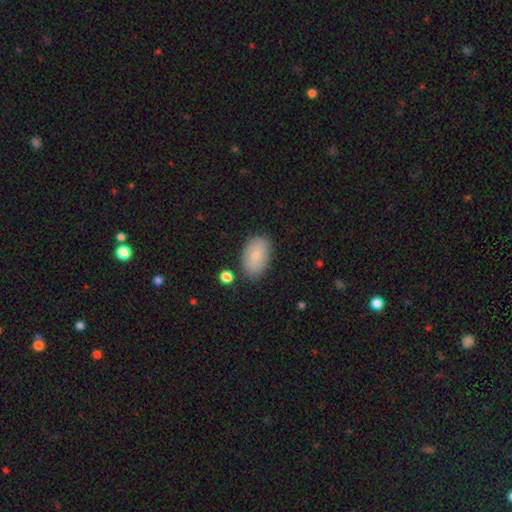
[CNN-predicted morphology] Overall: smooth (79%). How rounded: in between (92%). Merging: none (83%).